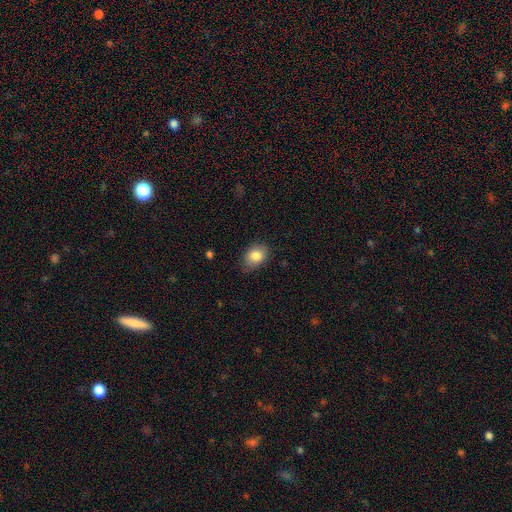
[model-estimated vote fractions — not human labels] Smooth or featured? Predicted: smooth (p=0.83). How rounded? Predicted: in between (p=0.77). Merging? Predicted: none (p=0.76).